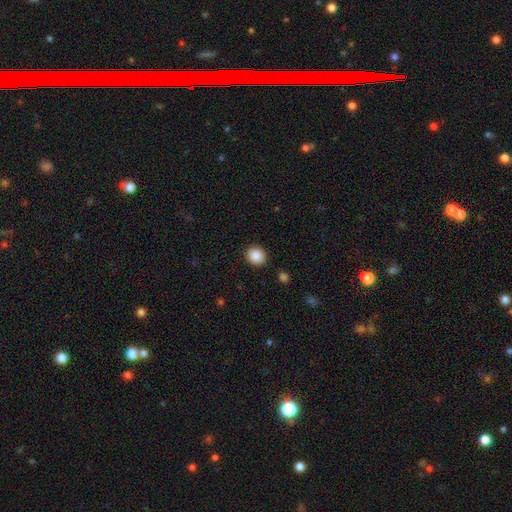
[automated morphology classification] Smooth or featured? smooth (87%)
How rounded? round (79%)
Merging? none (90%)